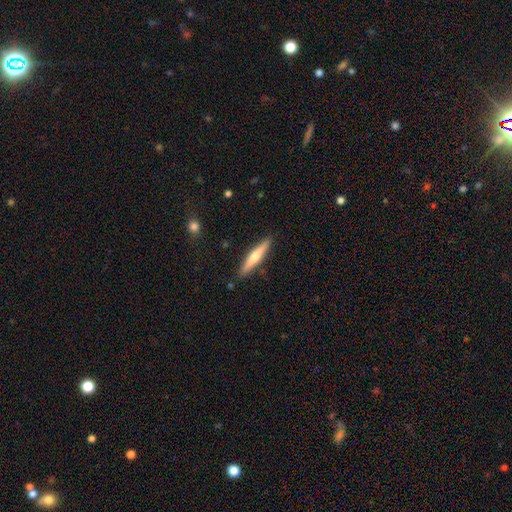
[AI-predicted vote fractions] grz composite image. It shows a featured or disk galaxy (49%). Merging: none (89%).